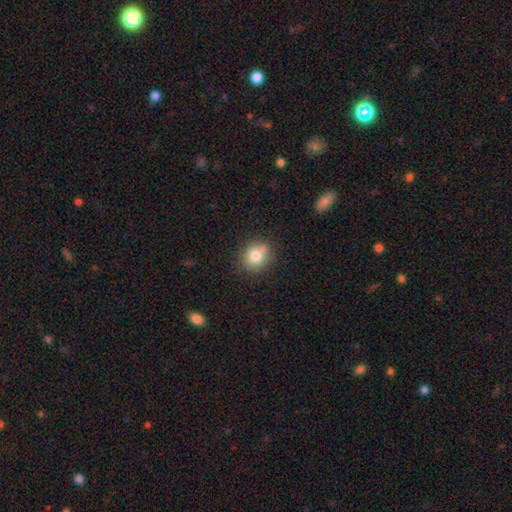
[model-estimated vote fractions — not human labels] Morphology: type=smooth (79%); roundness=round (73%); merging=none (72%).